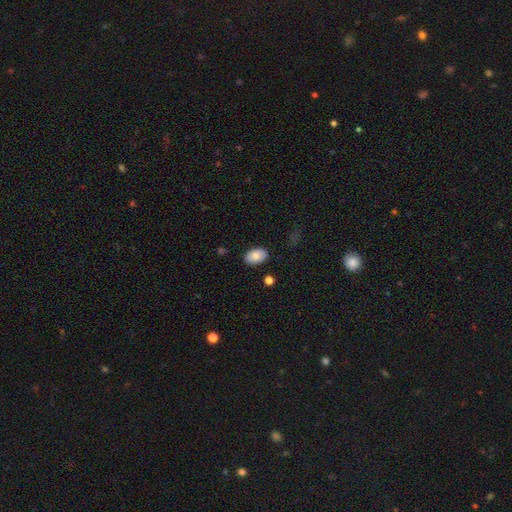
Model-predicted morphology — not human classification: Smooth or featured: smooth — 77% (featured or disk — 16%)
How rounded: in between — 91% (round — 8%)
Merging: none — 86% (minor disturbance — 10%)